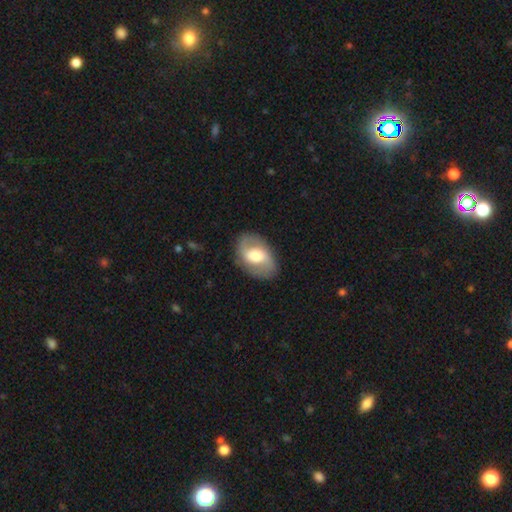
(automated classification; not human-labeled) featured or disk 64%, smooth 30%, star or artifact 6%. Down the decision tree: edge-on disk — no (95%); bar — weak (42%); spiral arms — yes (75%); bulge size — moderate (60%); merging — none (83%).